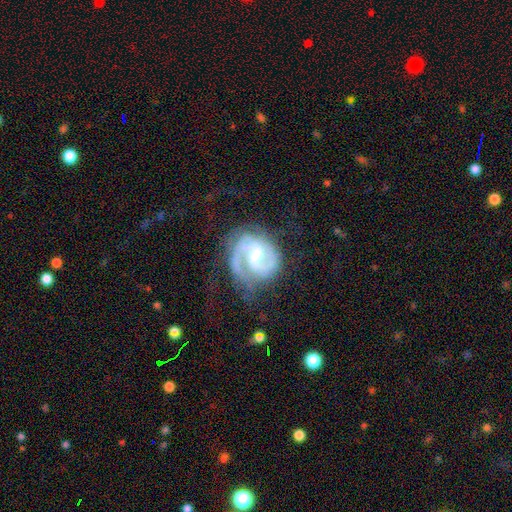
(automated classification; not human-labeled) This appears to be a featured or disk galaxy (87%) with a weak bar (59%), 2 (75%) medium (47%) spiral arms (96%) and a moderate central bulge (47%). Merging: none (59%).